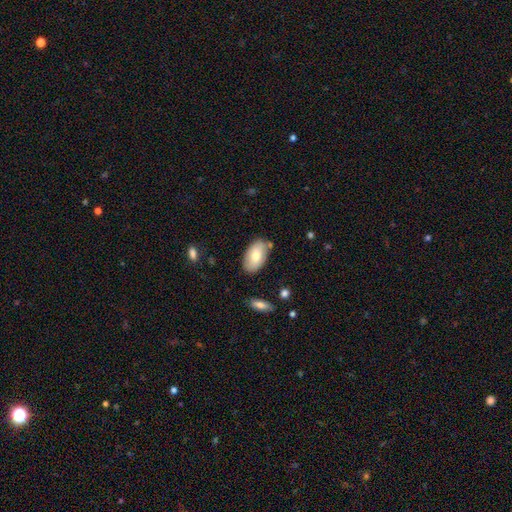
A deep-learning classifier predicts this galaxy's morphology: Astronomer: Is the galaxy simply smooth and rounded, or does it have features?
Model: smooth — 72%.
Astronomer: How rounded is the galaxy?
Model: in between — 94%.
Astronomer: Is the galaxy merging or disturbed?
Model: none — 78%.